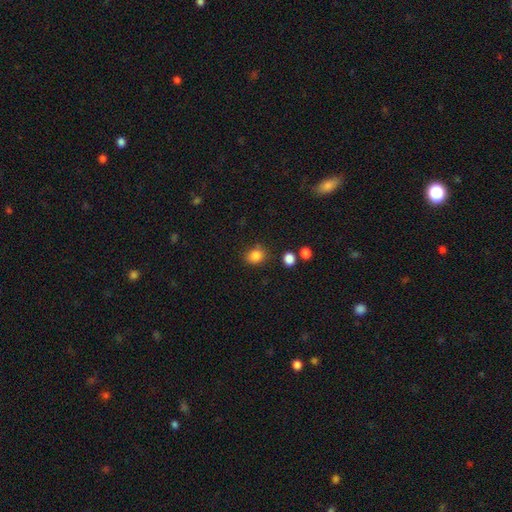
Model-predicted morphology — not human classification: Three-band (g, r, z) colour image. It shows a smooth galaxy with no disk features (85%) that is round (65%). Merging: none (78%).